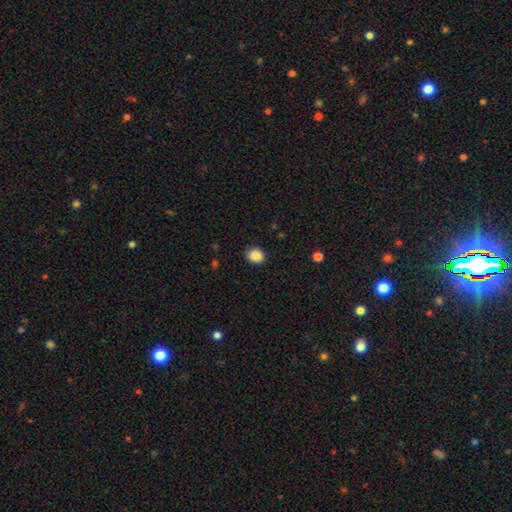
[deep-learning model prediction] Smooth or featured? Predicted: smooth (p=0.88). How rounded? Predicted: round (p=0.72). Merging? Predicted: none (p=0.89).